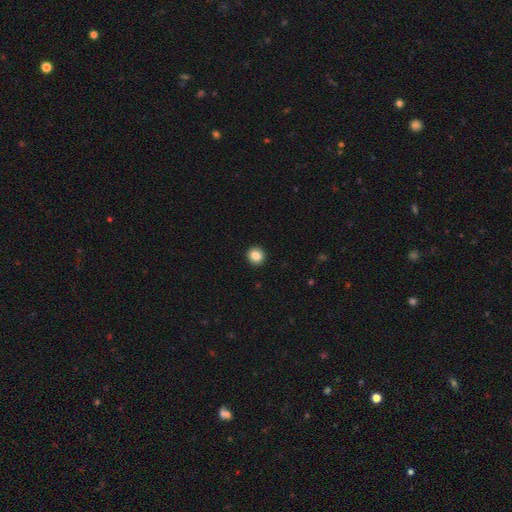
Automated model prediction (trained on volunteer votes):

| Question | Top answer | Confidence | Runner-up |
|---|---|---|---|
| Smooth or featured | smooth | 85% | star or artifact (9%) |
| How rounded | round | 88% | in between (11%) |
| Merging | none | 93% | minor disturbance (4%) |